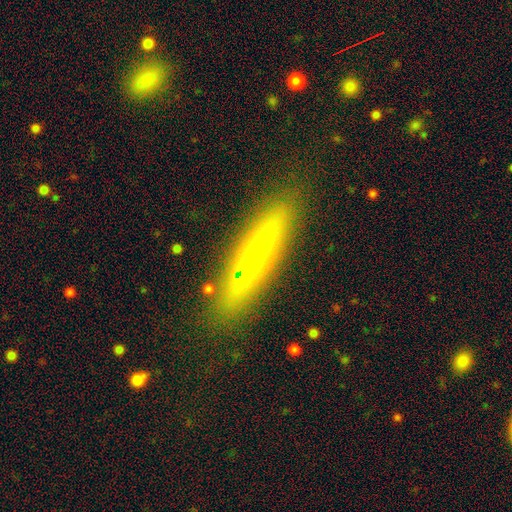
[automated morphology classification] Smooth or featured: featured or disk — 57% (smooth — 34%)
Edge-on disk: yes — 89% (no — 11%)
Edge-on bulge: rounded — 77% (boxy — 12%)
Merging: none — 85% (minor disturbance — 10%)